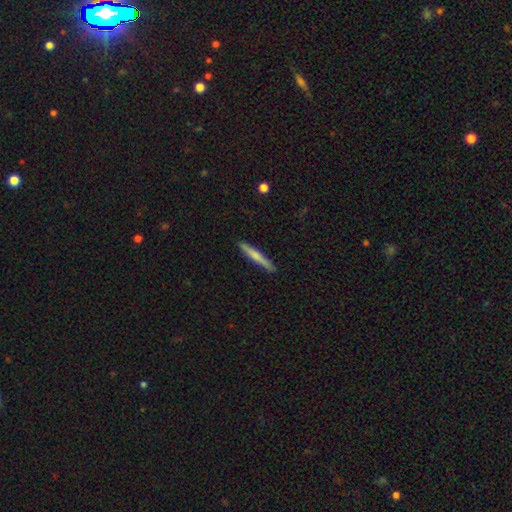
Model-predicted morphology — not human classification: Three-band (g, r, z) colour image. It shows a smooth galaxy with no disk features (64%) that is cigar-shaped (95%). Merging: none (89%).